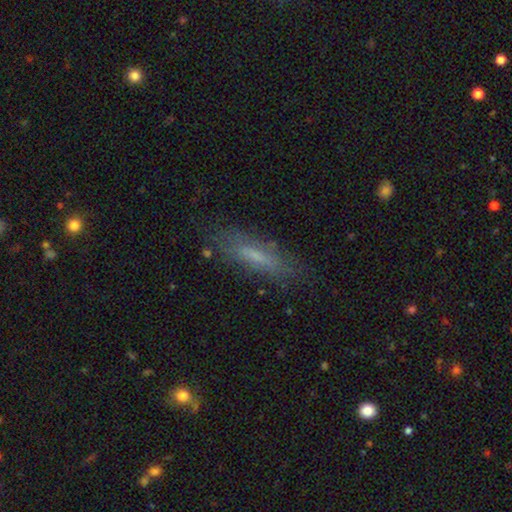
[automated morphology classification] Q: Smooth or featured?
A: smooth (55%); runner-up: featured or disk (35%)
Q: How rounded?
A: cigar-shaped (71%); runner-up: in between (27%)
Q: Merging?
A: none (78%); runner-up: minor disturbance (15%)